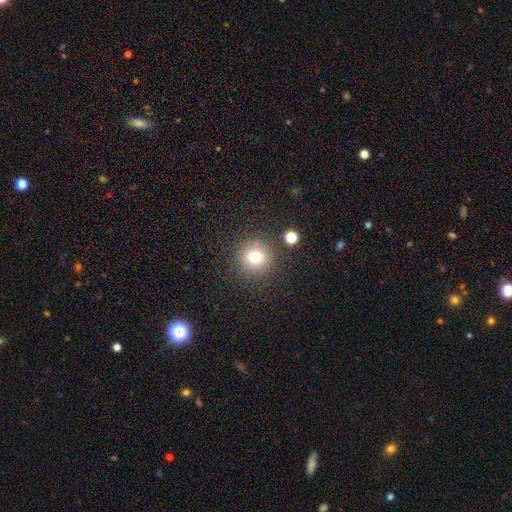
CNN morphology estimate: smooth-or-featured: smooth: 69% | star or artifact: 23% | featured or disk: 8%
  how-rounded: round: 95% | in between: 4% | cigar-shaped: 1%
  merging: none: 89% | minor disturbance: 5% | merger: 3% | major disturbance: 2%